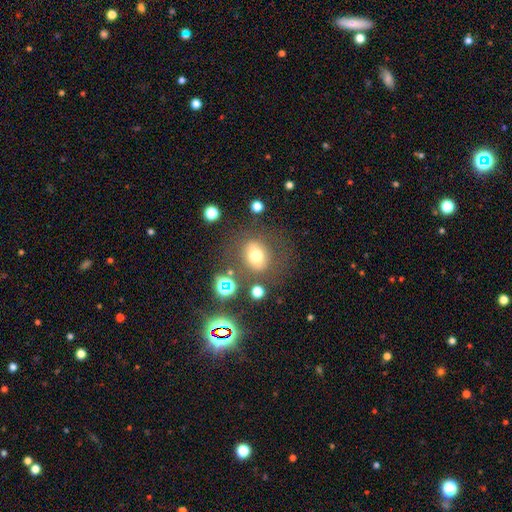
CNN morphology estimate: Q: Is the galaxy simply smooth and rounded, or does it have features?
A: smooth — 66%.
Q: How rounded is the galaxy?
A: round — 65%.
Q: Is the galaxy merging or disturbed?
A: none — 72%.